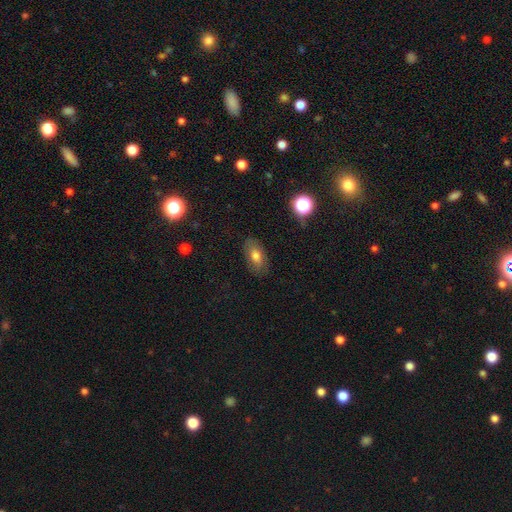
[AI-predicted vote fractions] Smooth or featured? Predicted: smooth (p=0.69). How rounded? Predicted: in between (p=0.89). Merging? Predicted: none (p=0.80).